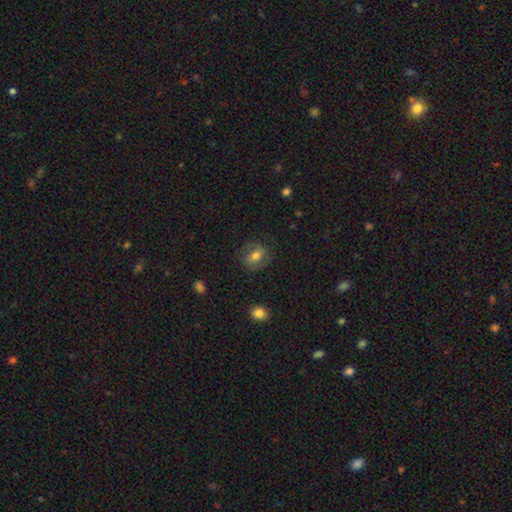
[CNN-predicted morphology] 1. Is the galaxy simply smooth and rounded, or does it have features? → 48% smooth, 43% featured or disk, 9% star or artifact.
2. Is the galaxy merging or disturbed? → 74% none, 16% minor disturbance, 9% major disturbance, 1% merger.